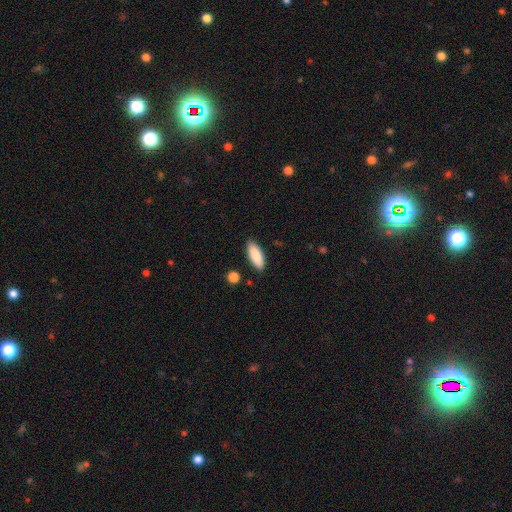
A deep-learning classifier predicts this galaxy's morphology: Smooth or featured? Predicted: smooth (p=0.86). How rounded? Predicted: in between (p=0.71). Merging? Predicted: none (p=0.86).